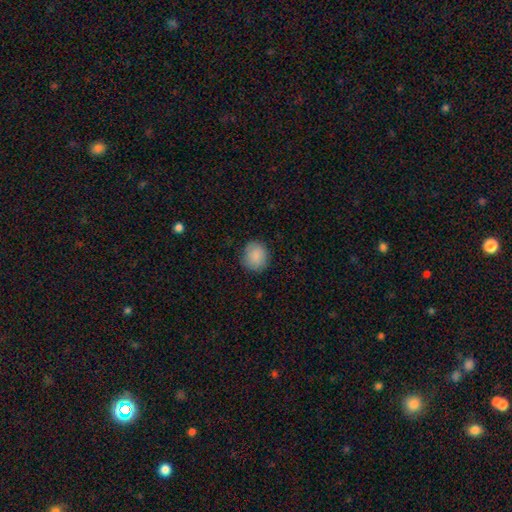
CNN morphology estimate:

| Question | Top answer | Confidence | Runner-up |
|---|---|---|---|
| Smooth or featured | smooth | 89% | star or artifact (7%) |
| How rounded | round | 81% | in between (18%) |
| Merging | none | 84% | minor disturbance (12%) |